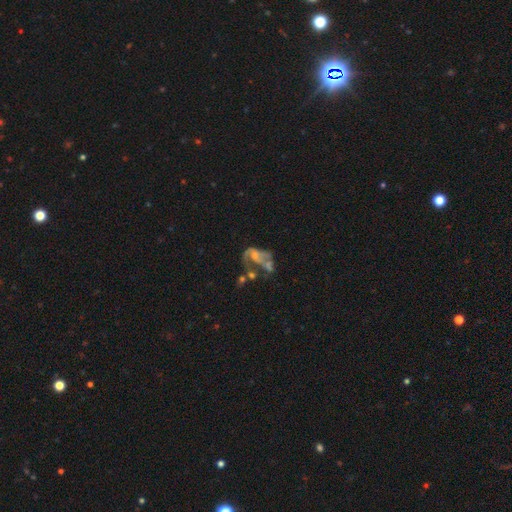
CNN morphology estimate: Smooth or featured? featured or disk (67%)
Edge-on disk? no (97%)
Bar? no (71%)
Spiral arms? yes (55%)
Bulge size? small (39%)
Merging? major disturbance (38%)